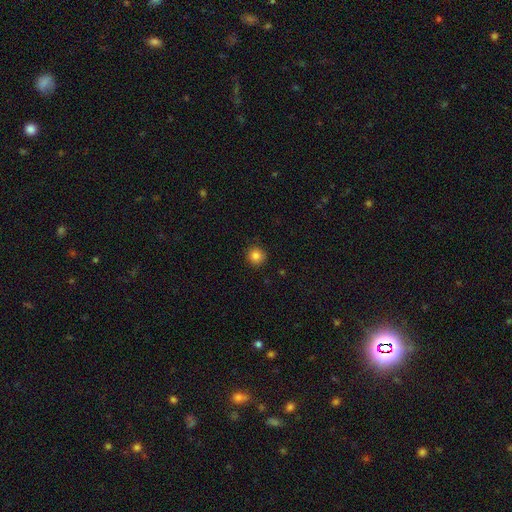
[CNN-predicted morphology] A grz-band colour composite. It shows a smooth galaxy with no disk features (84%) that is round (94%). Merging: none (90%).